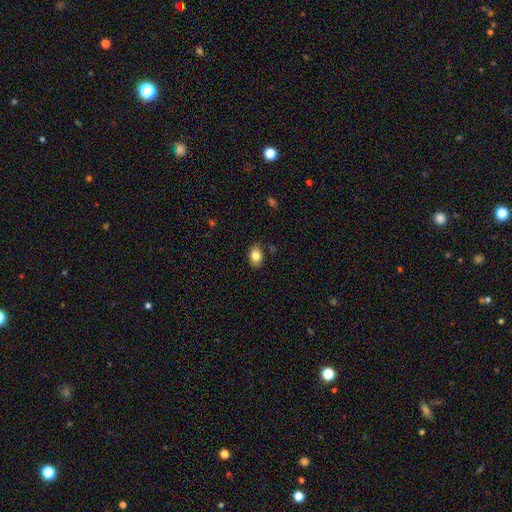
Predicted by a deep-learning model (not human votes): Morphology: type=smooth (83%); roundness=in between (80%); merging=none (84%).